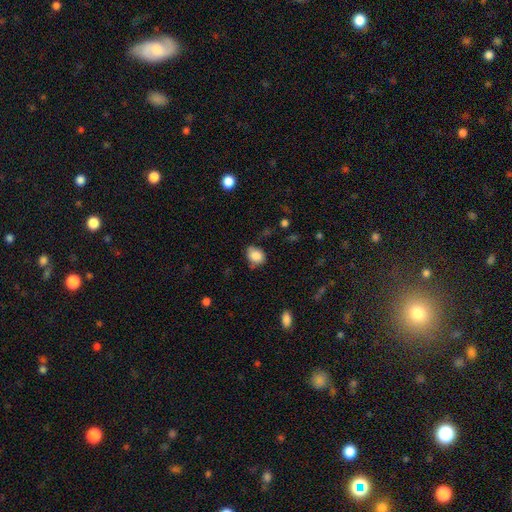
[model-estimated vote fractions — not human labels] A smooth galaxy with no disk features (85%) that is in between round and cigar-shaped (58%).

Vote fractions:
- Smooth or featured? smooth: 85% / star or artifact: 9% / featured or disk: 7%
- How rounded? in between: 58% / round: 41% / cigar-shaped: 1%
- Merging? none: 61% / minor disturbance: 30% / major disturbance: 7% / merger: 3%